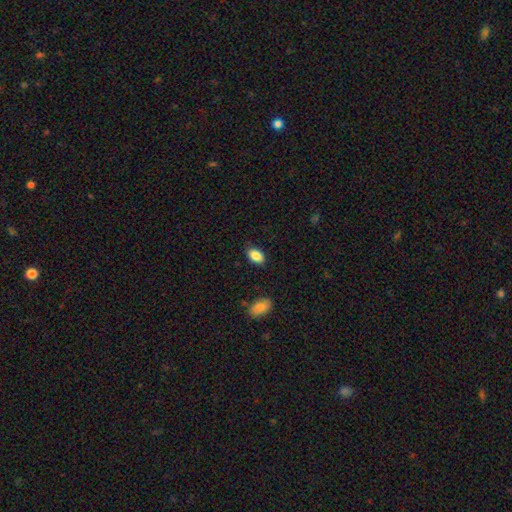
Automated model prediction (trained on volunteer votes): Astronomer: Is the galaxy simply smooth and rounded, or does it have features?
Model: smooth — 87%.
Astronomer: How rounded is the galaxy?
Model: in between — 89%.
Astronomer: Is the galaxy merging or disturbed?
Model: none — 83%.